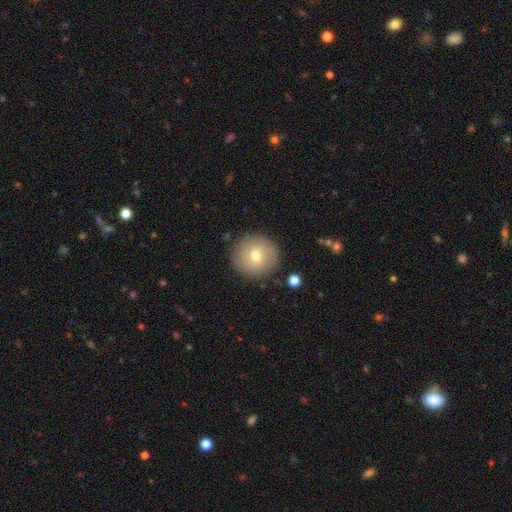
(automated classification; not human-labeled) Smooth or featured?
  - smooth: 72% *
  - featured or disk: 19%
  - star or artifact: 9%
How rounded?
  - round: 95% *
  - in between: 4%
  - cigar-shaped: 1%
Merging?
  - none: 88% *
  - minor disturbance: 8%
  - major disturbance: 2%
  - merger: 2%